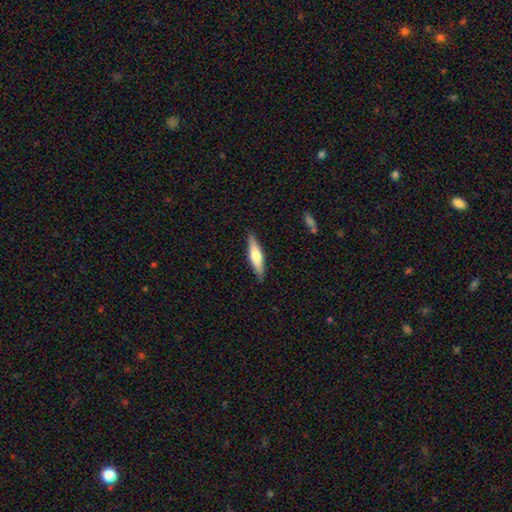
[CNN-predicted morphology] Smooth or featured? smooth (55%)
How rounded? cigar-shaped (76%)
Merging? none (88%)